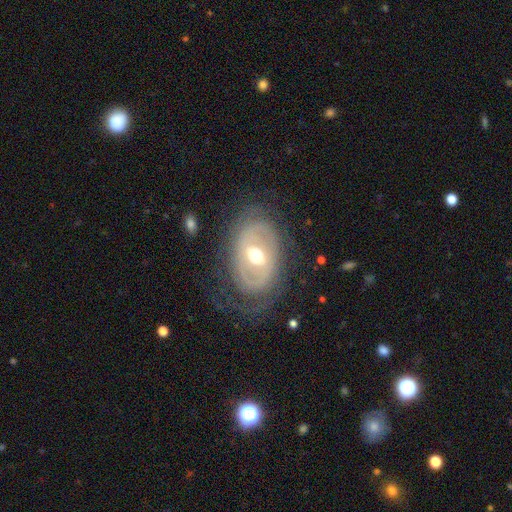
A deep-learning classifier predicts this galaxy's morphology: This is likely a featured or disk galaxy (71%). It is clearly not viewed edge-on (93%). Bar: marginally no (40%). Spiral arm pattern: possibly yes (54%). Central bulge: likely moderate (75%). Merging: likely none (69%).